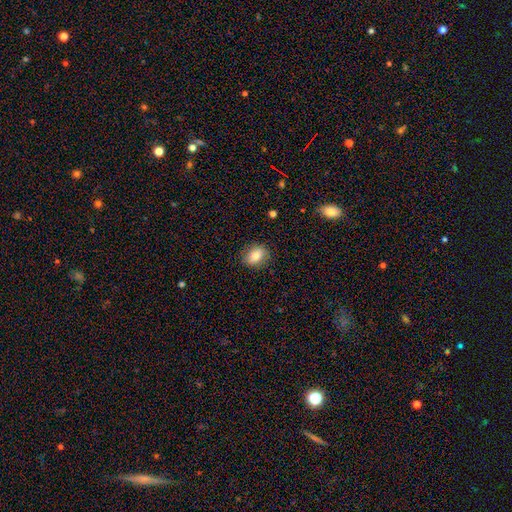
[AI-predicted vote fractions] This appears to be a smooth galaxy with no disk features (77%) that is in between round and cigar-shaped (65%). Merging: none (84%).